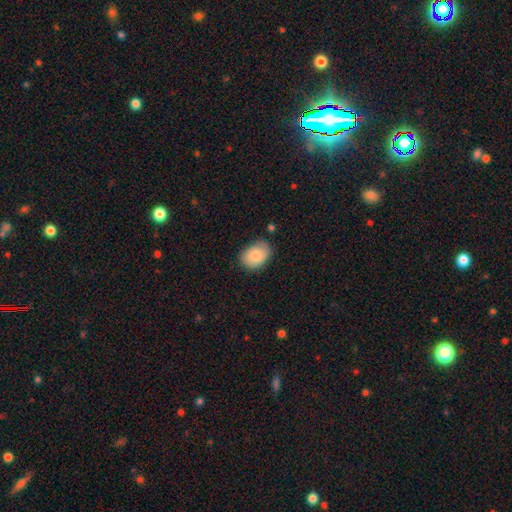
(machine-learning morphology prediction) Overall: smooth (83%). How rounded: in between (76%). Merging: none (72%).